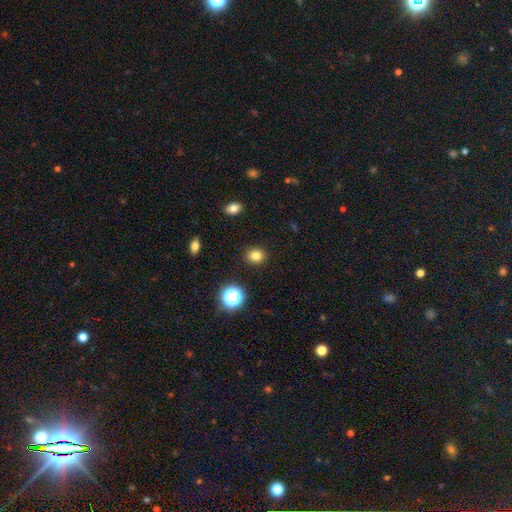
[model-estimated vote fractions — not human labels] Overall: smooth (80%). How rounded: round (71%). Merging: none (90%).